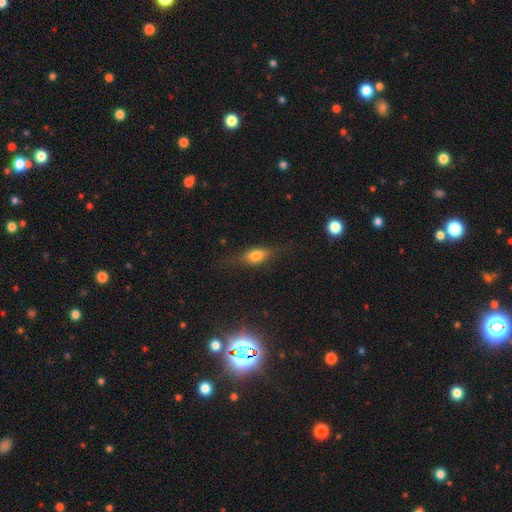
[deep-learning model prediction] smooth_or_featured: smooth (p=0.59) [alt: featured or disk p=0.29]
how_rounded: in between (p=0.67) [alt: cigar-shaped p=0.21]
merging: none (p=0.71) [alt: minor disturbance p=0.19]